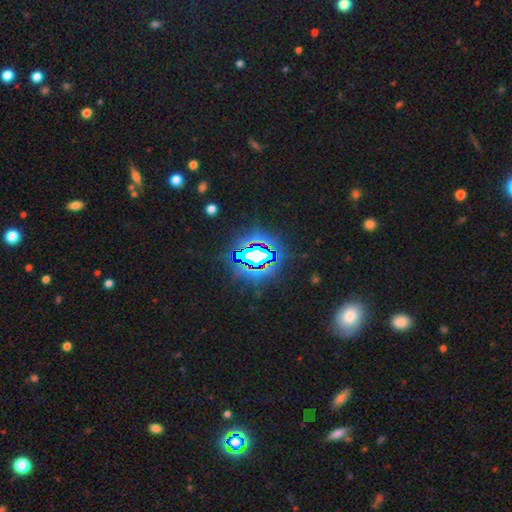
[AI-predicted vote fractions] Q: Smooth or featured?
A: star or artifact (78%); runner-up: featured or disk (11%)